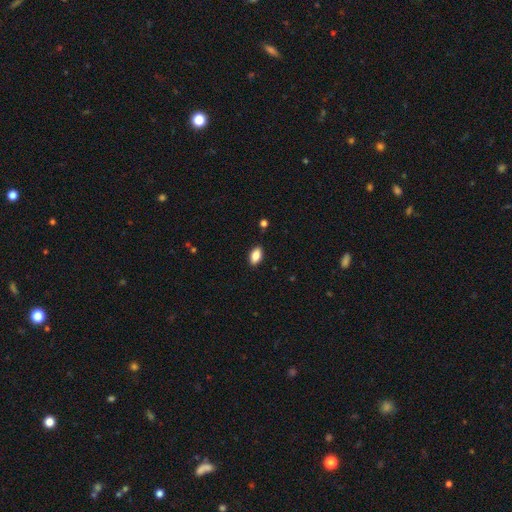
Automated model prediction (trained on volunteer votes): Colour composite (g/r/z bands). It shows a smooth galaxy with no disk features (85%) that is in between round and cigar-shaped (92%). Merging: none (87%).